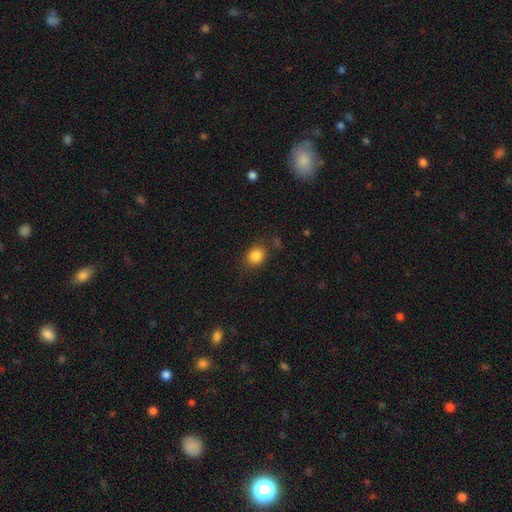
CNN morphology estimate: Smooth or featured?
  - smooth: 85% *
  - star or artifact: 10%
  - featured or disk: 5%
How rounded?
  - round: 63% *
  - in between: 36%
  - cigar-shaped: 1%
Merging?
  - none: 79% *
  - minor disturbance: 13%
  - major disturbance: 4%
  - merger: 3%